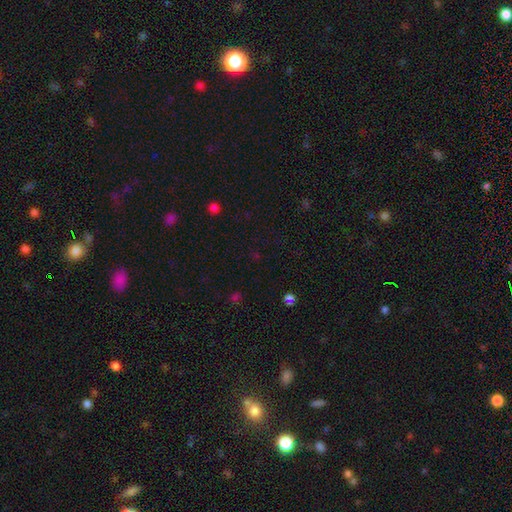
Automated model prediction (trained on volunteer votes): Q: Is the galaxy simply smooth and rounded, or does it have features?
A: star or artifact — 62%.